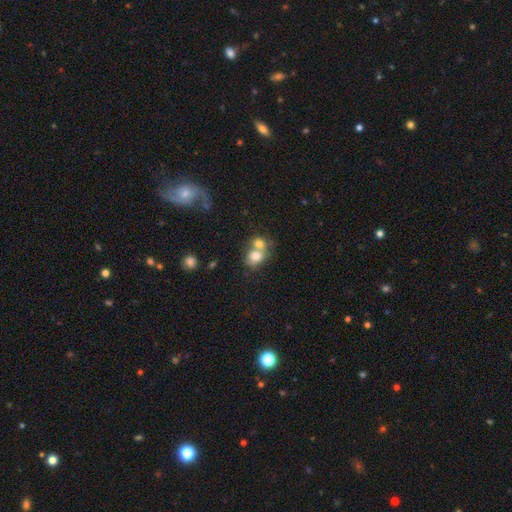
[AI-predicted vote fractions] smooth 75%, featured or disk 16%, star or artifact 10%. Down the decision tree: how rounded — round (57%); merging — merger (64%).